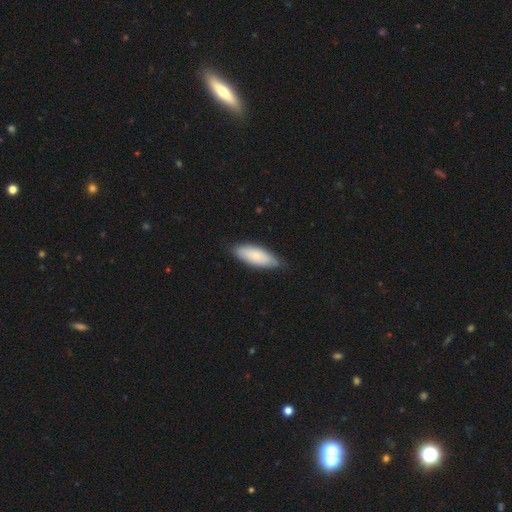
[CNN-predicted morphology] Smooth or featured?
  - smooth: 77% *
  - featured or disk: 17%
  - star or artifact: 5%
How rounded?
  - in between: 72% *
  - cigar-shaped: 26%
  - round: 2%
Merging?
  - none: 78% *
  - minor disturbance: 18%
  - major disturbance: 2%
  - merger: 1%